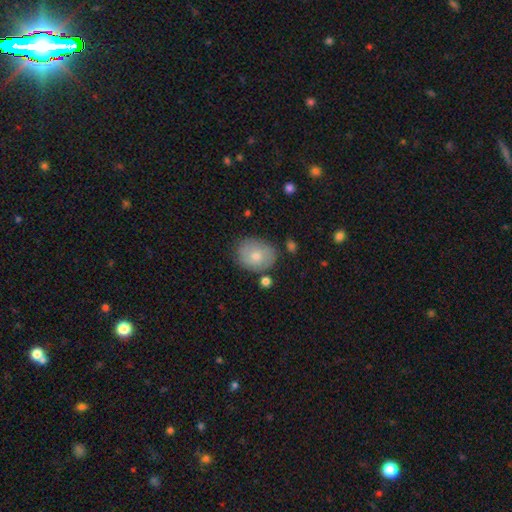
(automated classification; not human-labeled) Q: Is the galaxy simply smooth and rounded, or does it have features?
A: smooth — 72%.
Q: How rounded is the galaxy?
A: round — 57%.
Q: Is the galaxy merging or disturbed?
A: none — 74%.